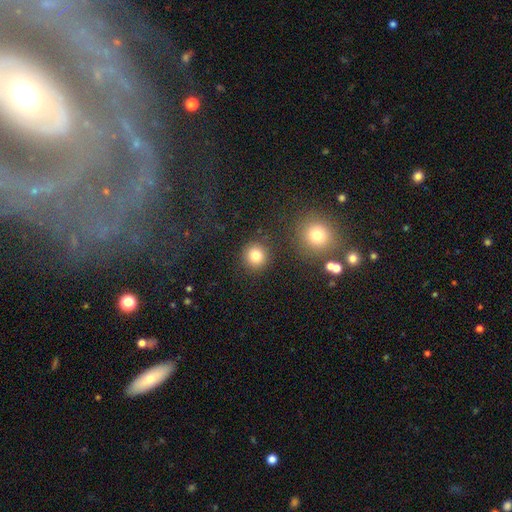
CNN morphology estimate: A smooth galaxy with no disk features (81%) that is round (92%). Merging: none (87%).